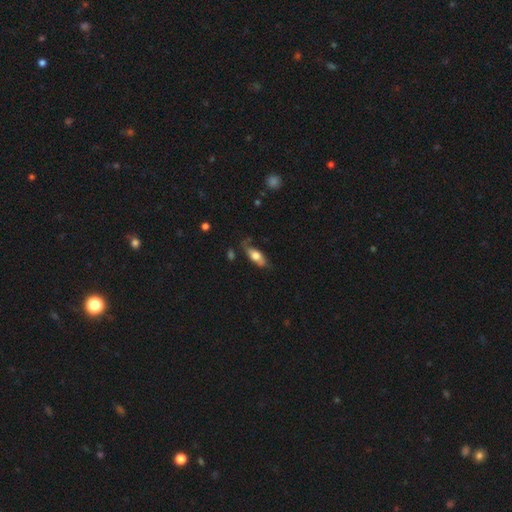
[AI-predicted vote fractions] A smooth galaxy with no disk features (59%) that is in between round and cigar-shaped (71%).

Vote fractions:
- Smooth or featured? smooth: 59% / featured or disk: 34% / star or artifact: 6%
- How rounded? in between: 71% / cigar-shaped: 26% / round: 3%
- Merging? none: 61% / minor disturbance: 28% / major disturbance: 9% / merger: 2%